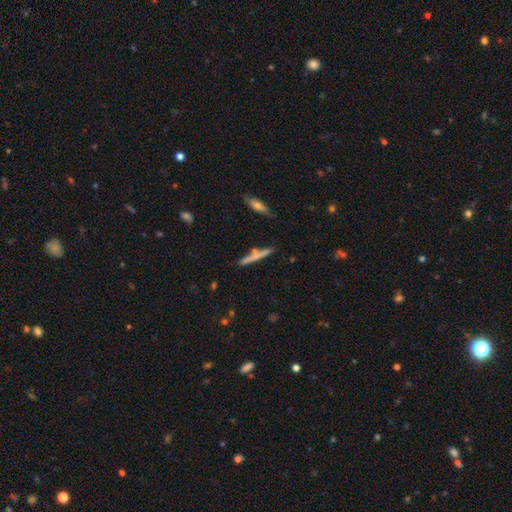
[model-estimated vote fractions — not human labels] smooth 56%, featured or disk 36%, star or artifact 7%. Down the decision tree: how rounded — cigar-shaped (94%); merging — none (74%).